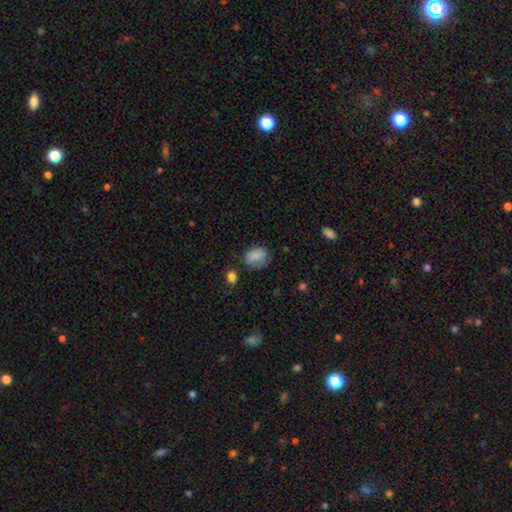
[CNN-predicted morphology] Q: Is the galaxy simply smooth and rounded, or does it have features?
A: smooth — 84%.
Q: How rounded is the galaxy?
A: in between — 60%.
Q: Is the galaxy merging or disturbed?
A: none — 66%.